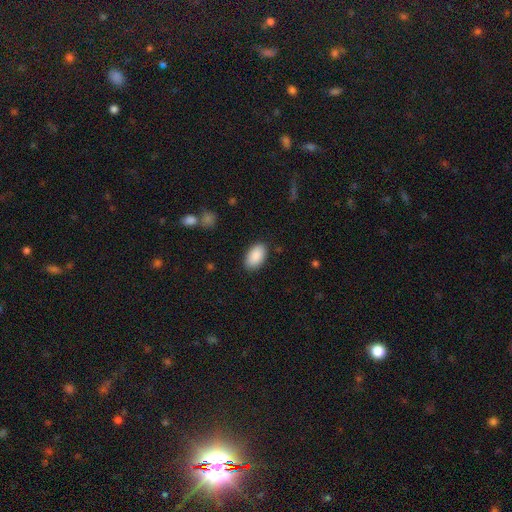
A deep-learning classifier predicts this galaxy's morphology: A smooth galaxy with no disk features (90%) that is in between round and cigar-shaped (95%). Merging: none (88%).